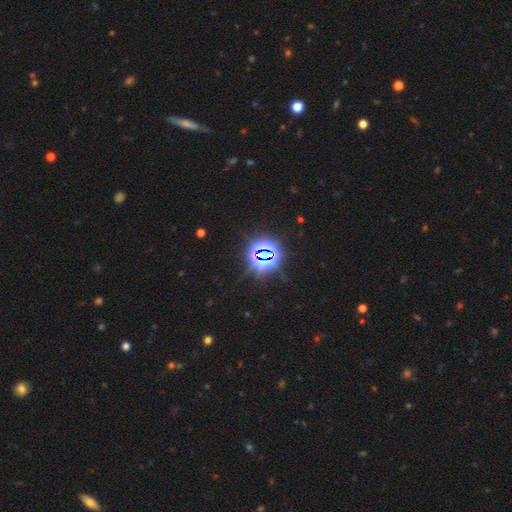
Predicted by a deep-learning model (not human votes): smooth-or-featured: star or artifact: 80% | smooth: 13% | featured or disk: 8%